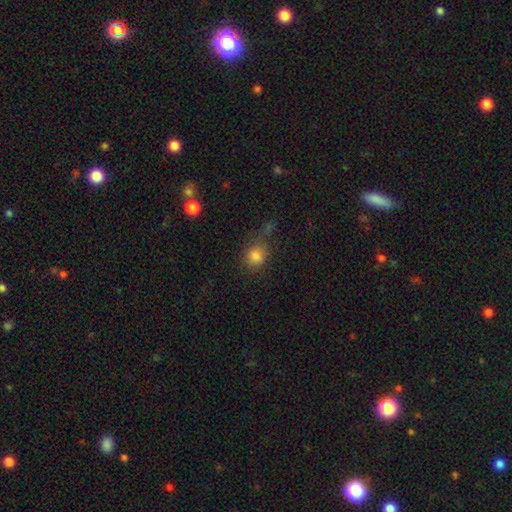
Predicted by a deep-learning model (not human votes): This appears to be a smooth galaxy with no disk features (81%) that is round (78%). Merging: none (59%).